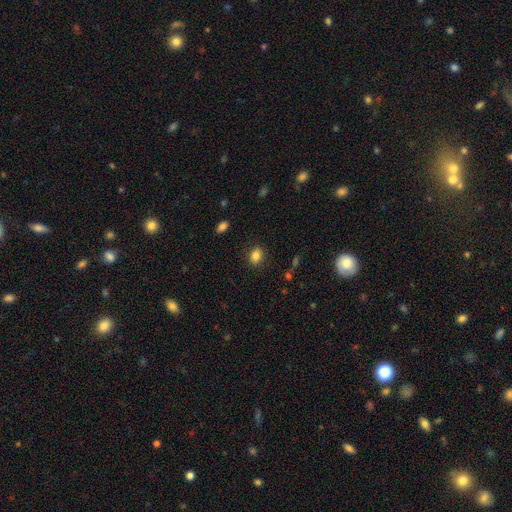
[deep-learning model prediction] Morphology: type=smooth (84%); roundness=in between (52%); merging=none (86%).